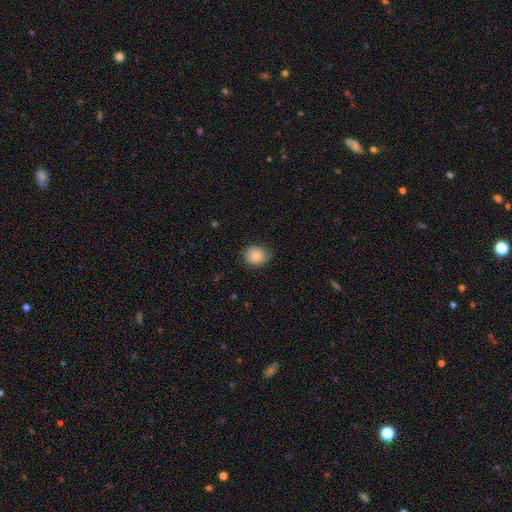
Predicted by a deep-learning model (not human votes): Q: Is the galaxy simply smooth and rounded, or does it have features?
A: smooth — 83%.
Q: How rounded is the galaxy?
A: round — 78%.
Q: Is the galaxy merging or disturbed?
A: none — 74%.